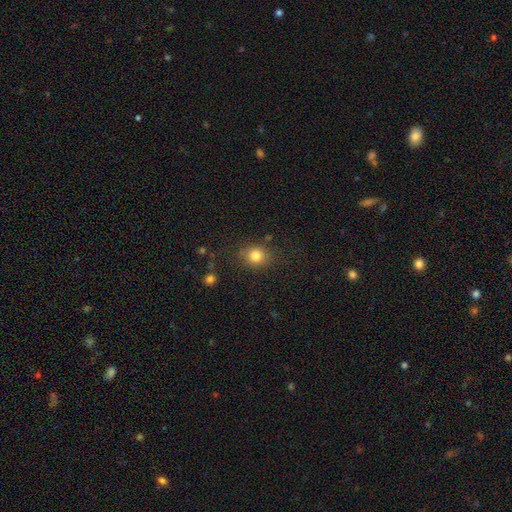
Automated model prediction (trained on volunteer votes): This is clearly a smooth galaxy (82%). How rounded: likely round (76%). Merging: likely none (80%).